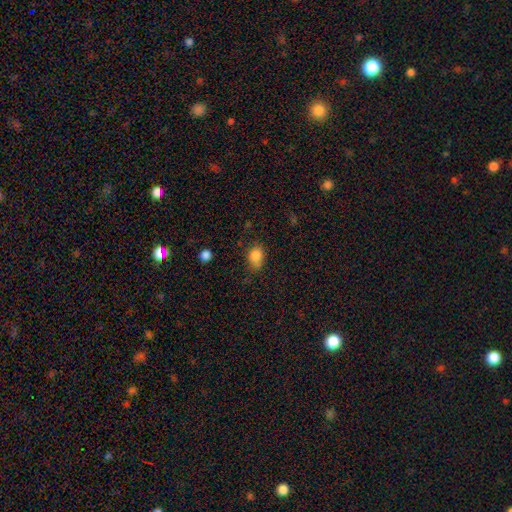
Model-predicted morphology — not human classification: This is clearly a smooth galaxy (84%). How rounded: possibly in between (58%). Merging: possibly none (54%).